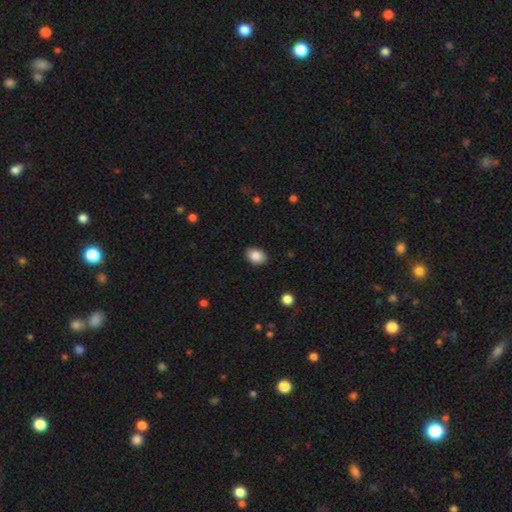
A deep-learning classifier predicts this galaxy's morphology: Q: Smooth or featured?
A: smooth (86%); runner-up: star or artifact (8%)
Q: How rounded?
A: in between (78%); runner-up: round (21%)
Q: Merging?
A: none (88%); runner-up: minor disturbance (9%)